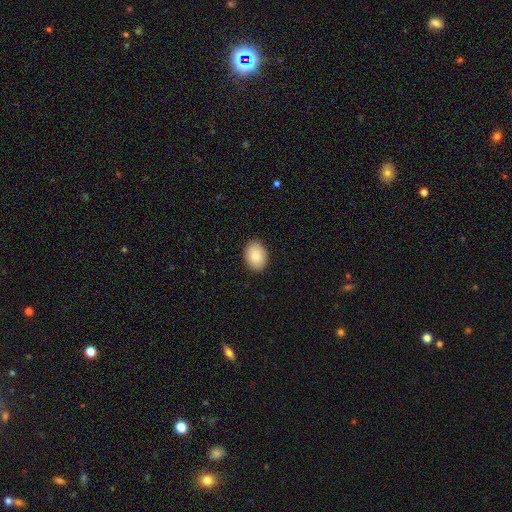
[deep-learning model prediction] Q: Smooth or featured?
A: smooth (85%); runner-up: featured or disk (7%)
Q: How rounded?
A: in between (73%); runner-up: round (26%)
Q: Merging?
A: none (88%); runner-up: minor disturbance (9%)